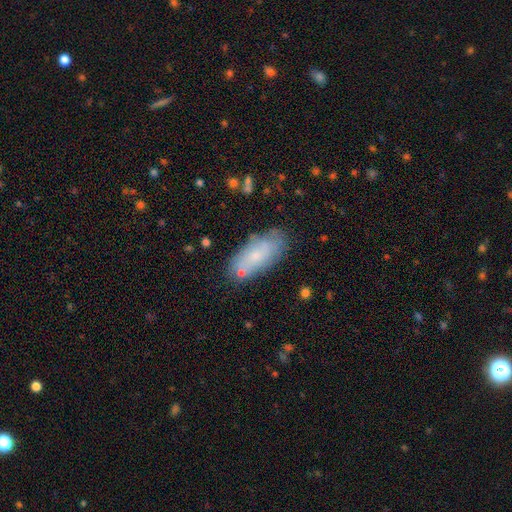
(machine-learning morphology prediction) Overall: smooth (67%). How rounded: in between (85%). Merging: none (73%).